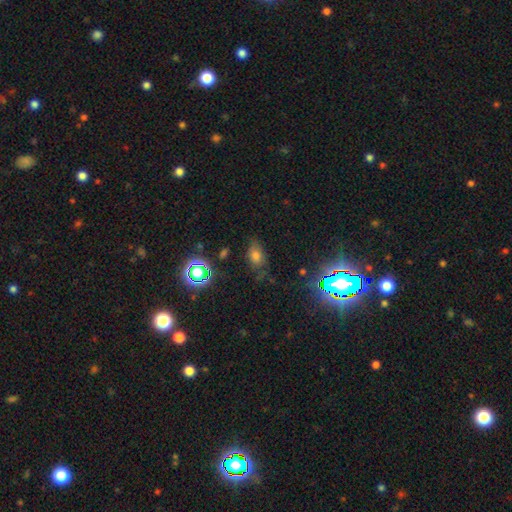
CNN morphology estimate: Smooth or featured? Predicted: smooth (p=0.66). How rounded? Predicted: in between (p=0.81). Merging? Predicted: none (p=0.65).